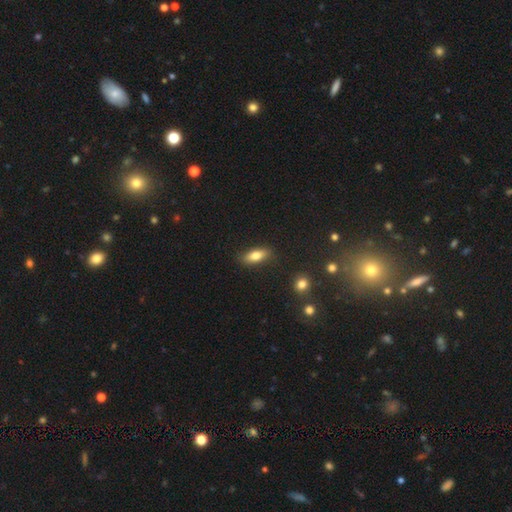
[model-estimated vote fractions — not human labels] This is likely a smooth galaxy (79%). How rounded: likely in between (74%). Merging: clearly none (84%).